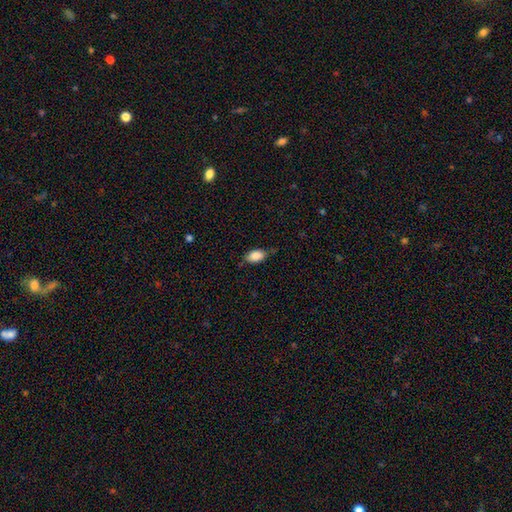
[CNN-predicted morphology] This is clearly a smooth galaxy (88%). How rounded: clearly in between (92%). Merging: likely none (72%).